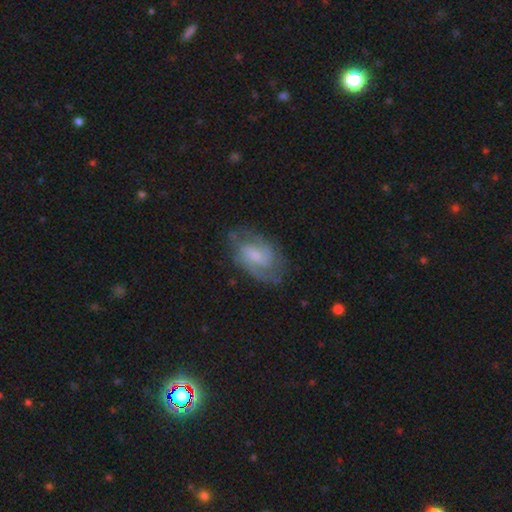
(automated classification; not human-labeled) featured or disk 76%, smooth 18%, star or artifact 6%. Down the decision tree: edge-on disk — no (97%); bar — weak (53%); spiral arms — yes (93%); spiral arm count — 2 (68%); spiral winding — medium (48%); bulge size — small (40%); merging — none (70%).